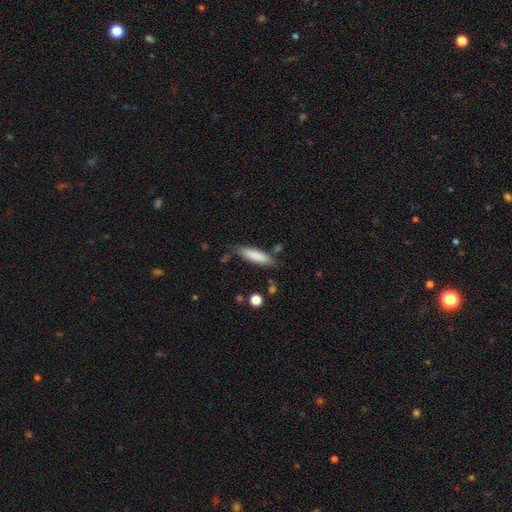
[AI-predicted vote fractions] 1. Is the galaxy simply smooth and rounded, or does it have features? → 84% smooth, 10% featured or disk, 6% star or artifact.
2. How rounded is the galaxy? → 65% cigar-shaped, 33% in between, 1% round.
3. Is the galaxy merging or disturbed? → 76% none, 16% minor disturbance, 4% merger, 4% major disturbance.